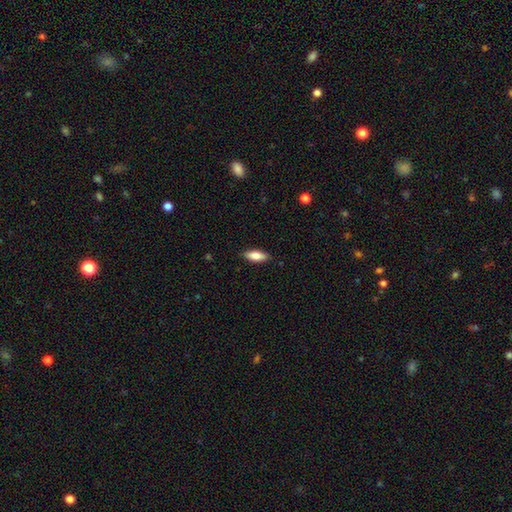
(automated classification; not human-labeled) smooth 80%, featured or disk 14%, star or artifact 6%. Down the decision tree: how rounded — in between (72%); merging — none (88%).